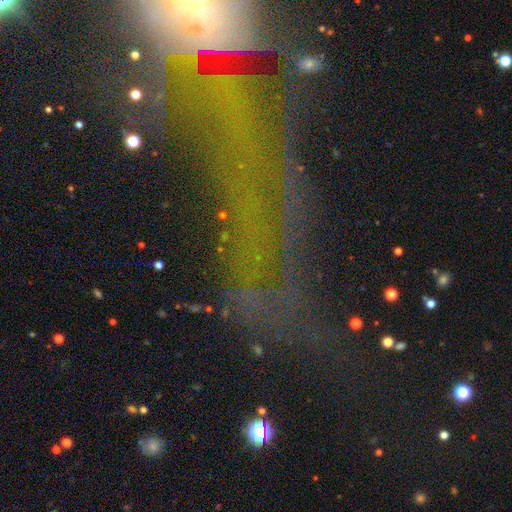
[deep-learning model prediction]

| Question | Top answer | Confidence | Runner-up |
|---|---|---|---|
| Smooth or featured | star or artifact | 58% | featured or disk (25%) |